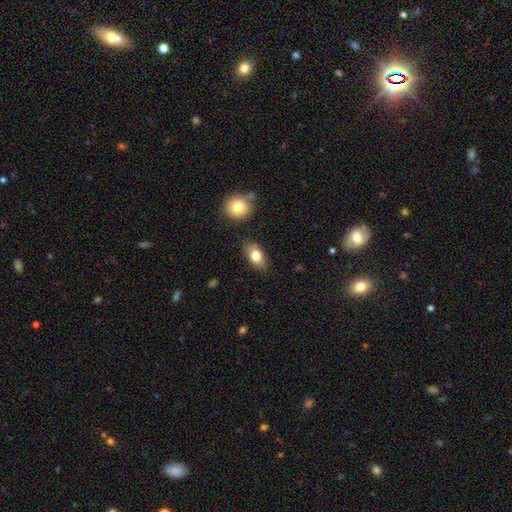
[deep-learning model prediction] smooth_or_featured: smooth (p=0.78) [alt: featured or disk p=0.15]
how_rounded: in between (p=0.86) [alt: round p=0.08]
merging: none (p=0.81) [alt: minor disturbance p=0.13]